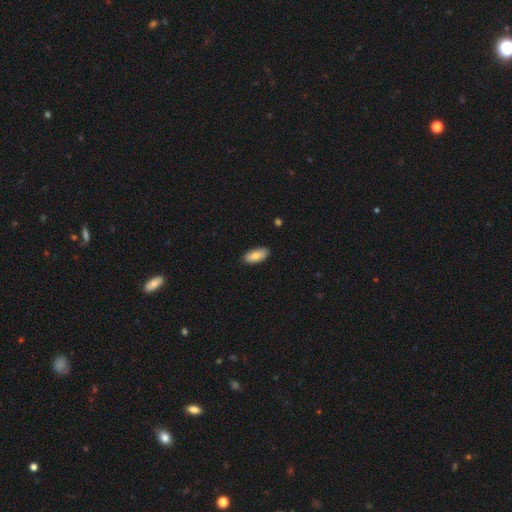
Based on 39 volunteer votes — A smooth galaxy with no disk features (82%) that is in between round and cigar-shaped (94%).

Vote fractions:
- Smooth or featured? smooth: 82% / featured or disk: 15% / star or artifact: 3%
- How rounded? in between: 94% / round: 3% / cigar-shaped: 3%
- Merging? none: 87% / minor disturbance: 11% / merger: 3% / major disturbance: 0%